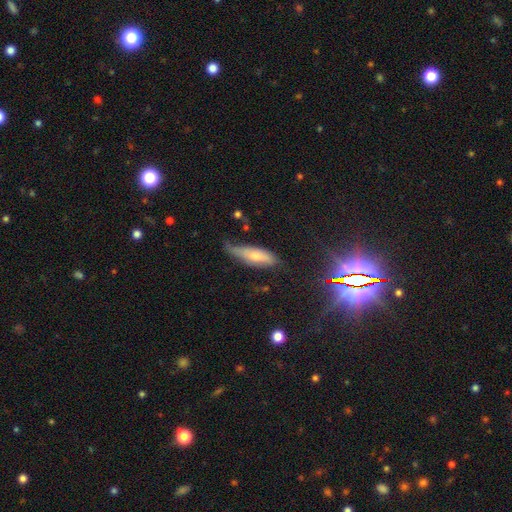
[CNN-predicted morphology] type=smooth (62%); roundness=in between (50%); merging=minor disturbance (41%).